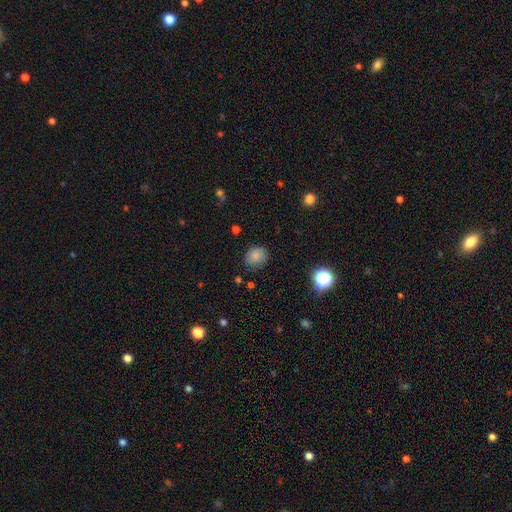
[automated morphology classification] smooth-or-featured: smooth: 82% | star or artifact: 12% | featured or disk: 7%
  how-rounded: round: 67% | in between: 32% | cigar-shaped: 1%
  merging: none: 75% | minor disturbance: 19% | major disturbance: 4% | merger: 2%